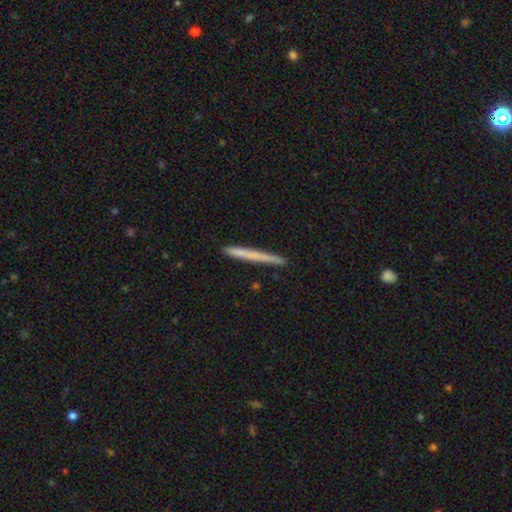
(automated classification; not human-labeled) A smooth galaxy with no disk features (62%) that is cigar-shaped (97%). Merging: none (89%).